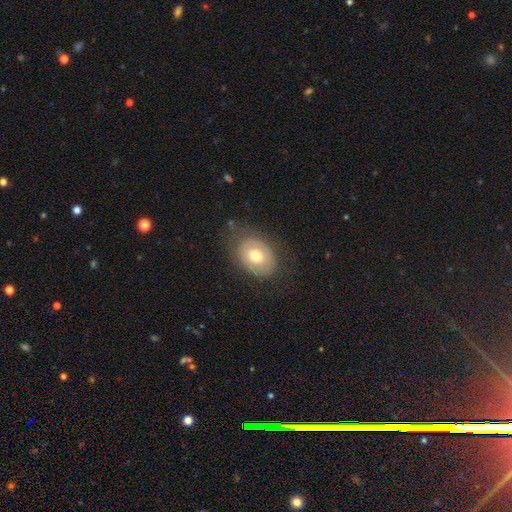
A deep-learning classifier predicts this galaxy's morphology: Smooth or featured? Predicted: smooth (p=0.63). How rounded? Predicted: in between (p=0.71). Merging? Predicted: none (p=0.73).